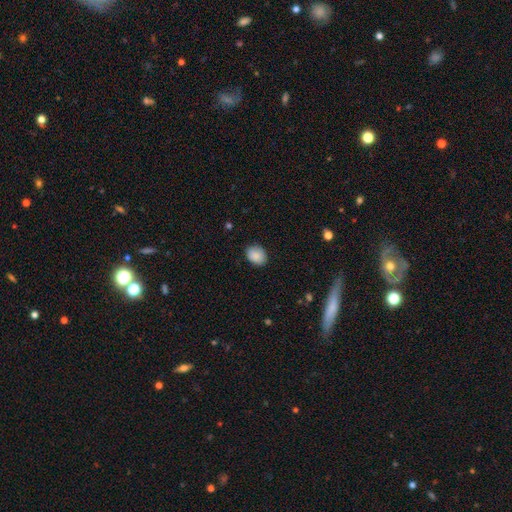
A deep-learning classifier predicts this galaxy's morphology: A smooth galaxy with no disk features (88%) that is in between round and cigar-shaped (59%). Merging: none (83%).